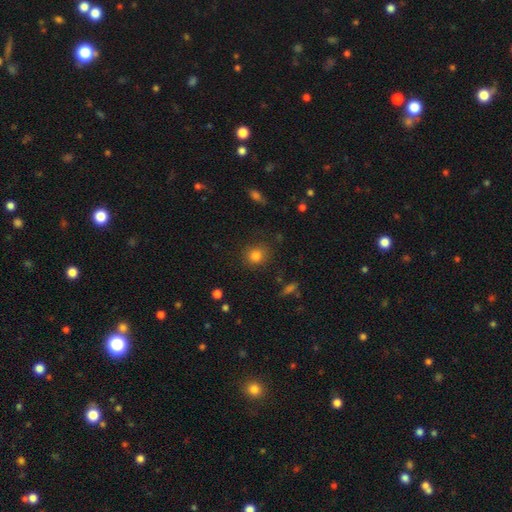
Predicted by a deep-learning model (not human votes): A smooth galaxy with no disk features (82%) that is round (84%).

Vote fractions:
- Smooth or featured? smooth: 82% / star or artifact: 12% / featured or disk: 6%
- How rounded? round: 84% / in between: 15% / cigar-shaped: 1%
- Merging? none: 85% / minor disturbance: 10% / major disturbance: 3% / merger: 2%